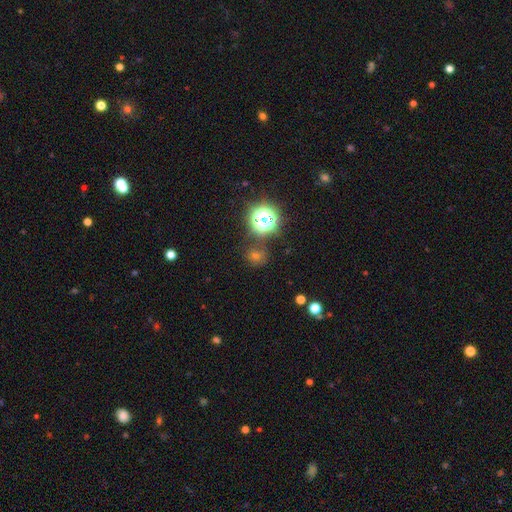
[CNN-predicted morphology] Smooth or featured? Predicted: star or artifact (p=0.50).